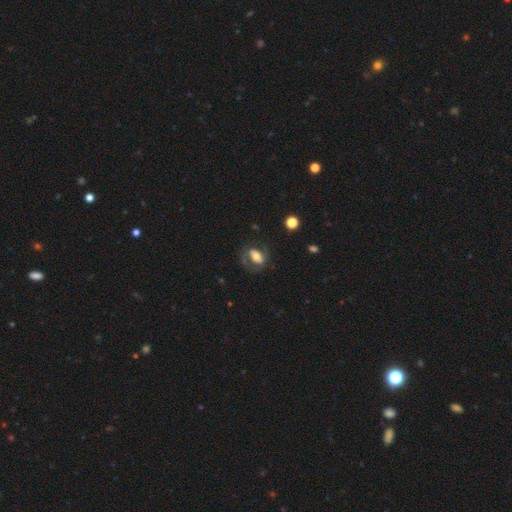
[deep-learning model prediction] Overall: featured or disk (55%; smooth 37%). Edge-on disk: no (94%). Bar: no (41%; weak 31%). Spiral arms: yes (62%; no 38%). Bulge size: moderate (51%; large 27%). Merging: none (60%).